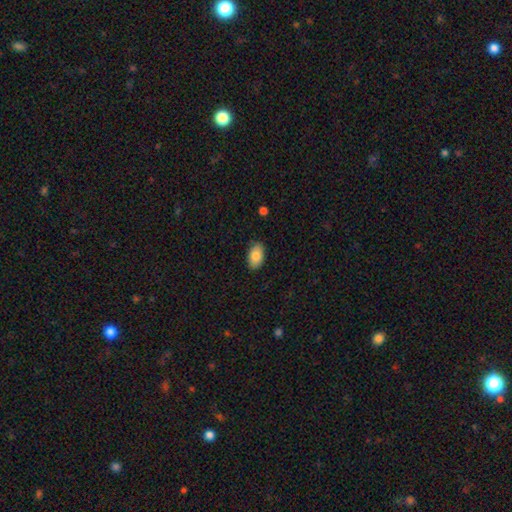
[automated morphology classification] smooth_or_featured: smooth (p=0.86) [alt: featured or disk p=0.07]
how_rounded: in between (p=0.94) [alt: round p=0.05]
merging: none (p=0.86) [alt: minor disturbance p=0.11]